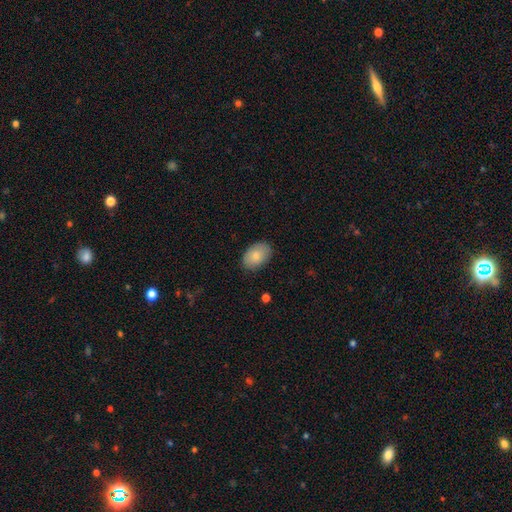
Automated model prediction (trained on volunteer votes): Morphology: type=smooth (82%); roundness=in between (88%); merging=none (85%).